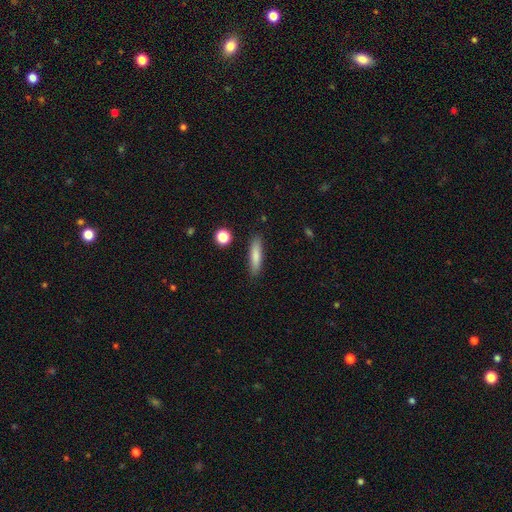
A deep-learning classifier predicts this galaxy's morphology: Smooth or featured? smooth (81%)
How rounded? cigar-shaped (79%)
Merging? none (88%)